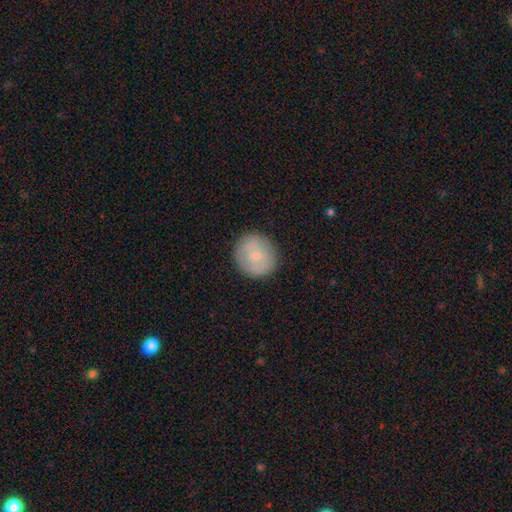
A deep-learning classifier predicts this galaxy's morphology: Overall: smooth (67%). How rounded: round (88%). Merging: none (86%).